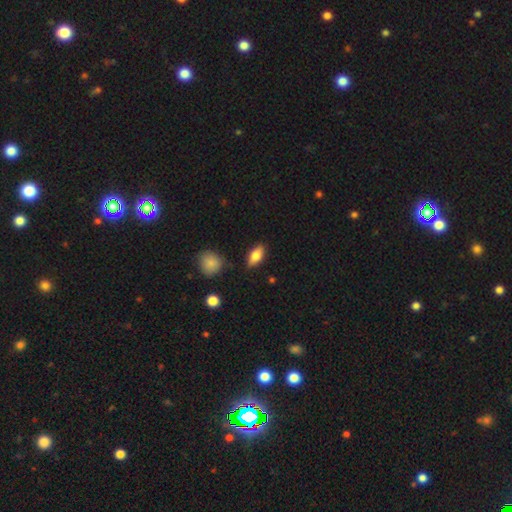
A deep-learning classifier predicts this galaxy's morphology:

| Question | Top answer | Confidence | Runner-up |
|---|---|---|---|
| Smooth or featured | smooth | 75% | featured or disk (18%) |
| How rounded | in between | 84% | cigar-shaped (11%) |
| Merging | none | 83% | minor disturbance (12%) |